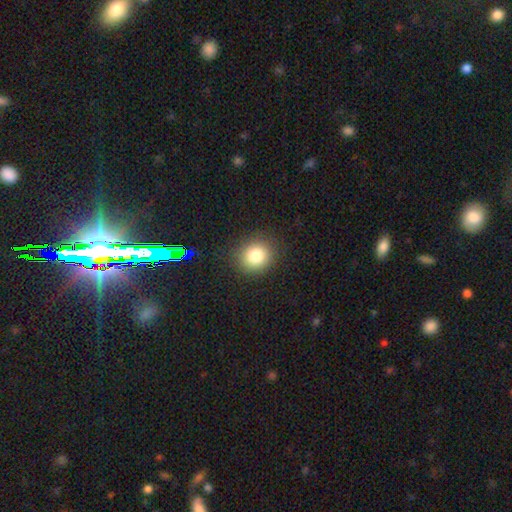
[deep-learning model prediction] A smooth galaxy with no disk features (82%) that is round (81%).

Vote fractions:
- Smooth or featured? smooth: 82% / star or artifact: 12% / featured or disk: 7%
- How rounded? round: 81% / in between: 18% / cigar-shaped: 1%
- Merging? none: 89% / minor disturbance: 7% / major disturbance: 3% / merger: 1%